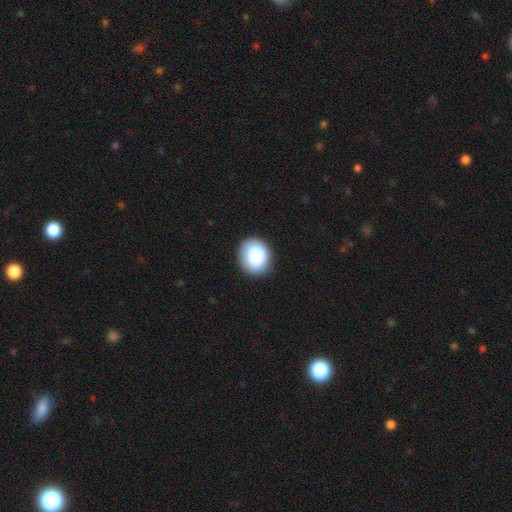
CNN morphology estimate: This is clearly a smooth galaxy (88%). How rounded: possibly round (52%). Merging: clearly none (85%).